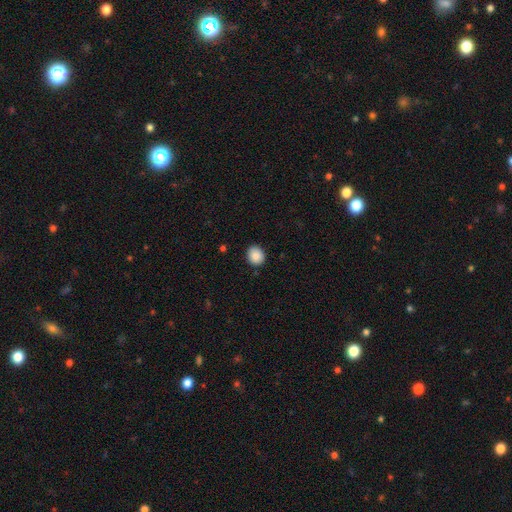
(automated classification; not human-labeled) Q: Smooth or featured?
A: smooth (89%); runner-up: star or artifact (8%)
Q: How rounded?
A: round (76%); runner-up: in between (24%)
Q: Merging?
A: none (89%); runner-up: minor disturbance (8%)